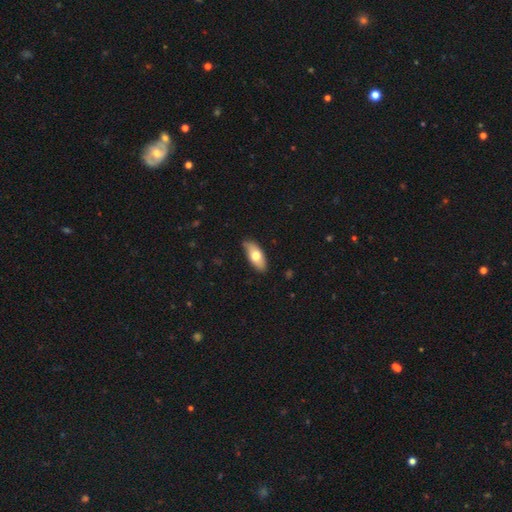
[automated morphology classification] Smooth or featured? smooth (67%)
How rounded? in between (84%)
Merging? none (83%)